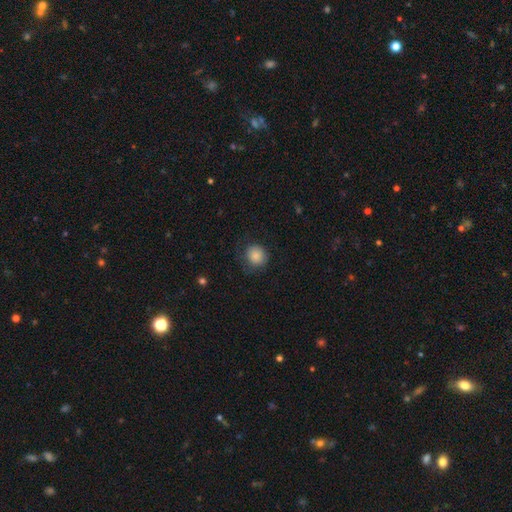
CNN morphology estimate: A smooth galaxy with no disk features (84%) that is round (86%). Merging: none (71%).